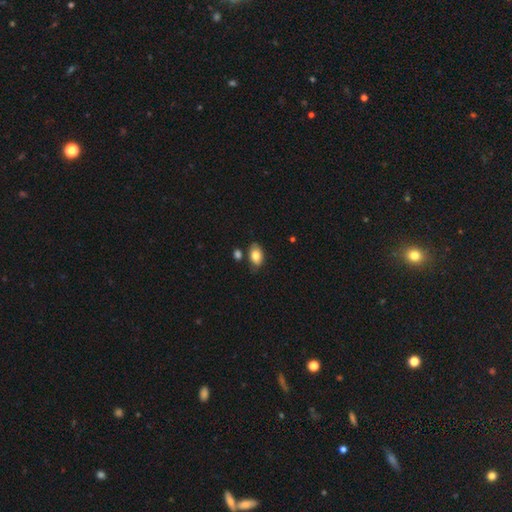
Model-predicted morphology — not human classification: smooth-or-featured: smooth: 81% | featured or disk: 11% | star or artifact: 8%
  how-rounded: in between: 87% | round: 12% | cigar-shaped: 1%
  merging: none: 71% | minor disturbance: 18% | merger: 8% | major disturbance: 4%